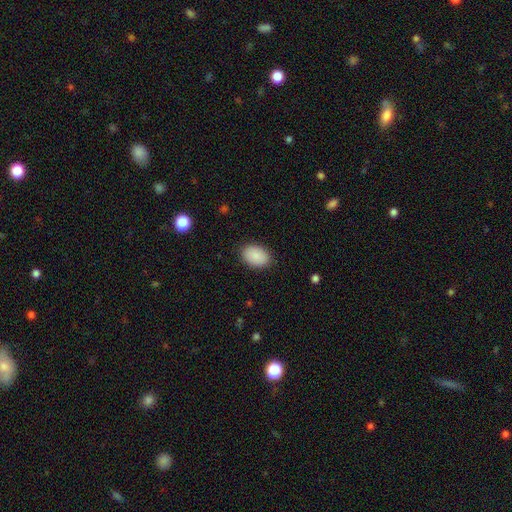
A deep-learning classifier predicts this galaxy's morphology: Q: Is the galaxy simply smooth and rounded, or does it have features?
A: smooth — 89%.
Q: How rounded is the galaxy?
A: in between — 88%.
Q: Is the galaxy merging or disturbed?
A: none — 88%.